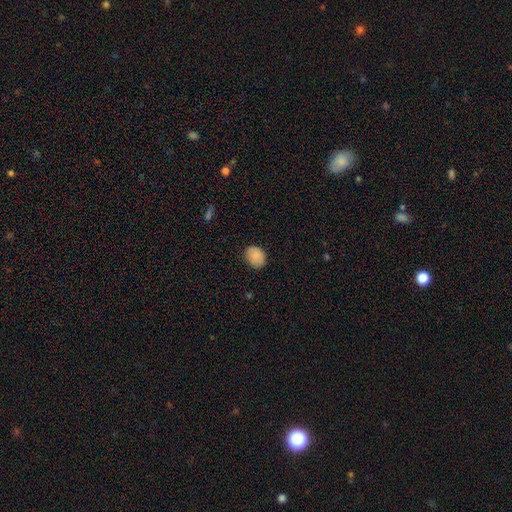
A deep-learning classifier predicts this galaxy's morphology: Q: Smooth or featured?
A: smooth (85%); runner-up: star or artifact (8%)
Q: How rounded?
A: in between (53%); runner-up: round (46%)
Q: Merging?
A: none (84%); runner-up: minor disturbance (13%)